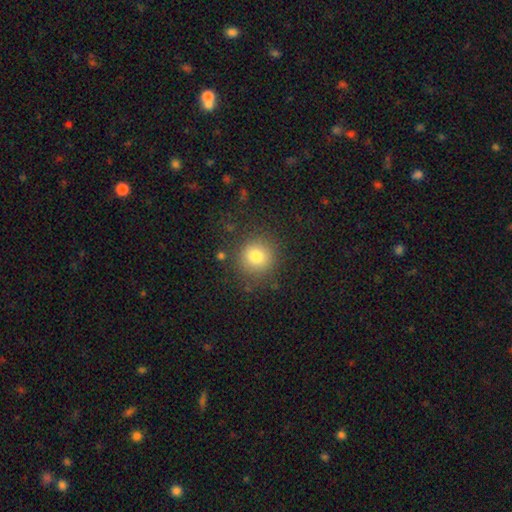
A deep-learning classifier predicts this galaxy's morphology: This is likely a smooth galaxy (79%). How rounded: clearly round (92%). Merging: clearly none (85%).